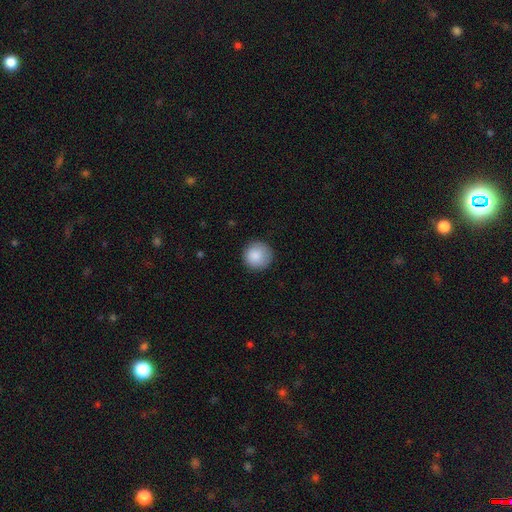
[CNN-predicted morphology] A smooth galaxy with no disk features (88%) that is round (95%).

Vote fractions:
- Smooth or featured? smooth: 88% / star or artifact: 7% / featured or disk: 5%
- How rounded? round: 95% / in between: 4% / cigar-shaped: 1%
- Merging? none: 88% / minor disturbance: 9% / major disturbance: 2% / merger: 1%